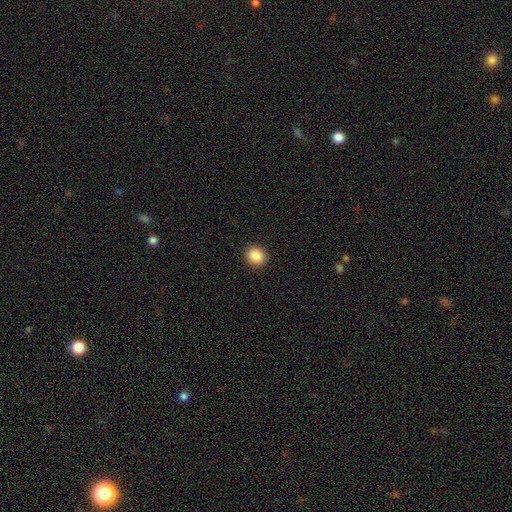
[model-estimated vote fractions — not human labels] A smooth galaxy with no disk features (87%) that is round (86%). Merging: none (92%).